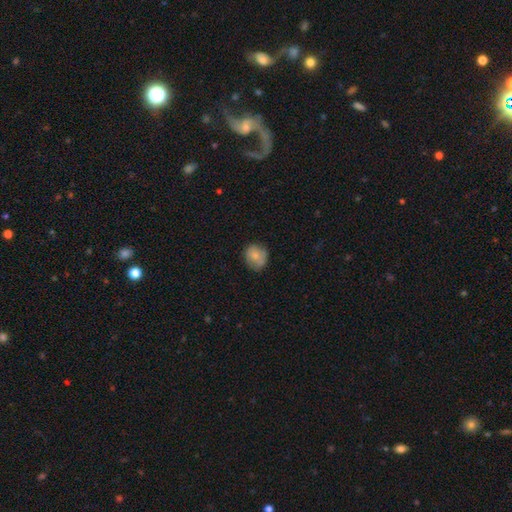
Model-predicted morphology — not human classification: A smooth galaxy with no disk features (76%) that is round (77%).

Vote fractions:
- Smooth or featured? smooth: 76% / featured or disk: 15% / star or artifact: 8%
- How rounded? round: 77% / in between: 22% / cigar-shaped: 1%
- Merging? none: 71% / minor disturbance: 22% / major disturbance: 5% / merger: 2%